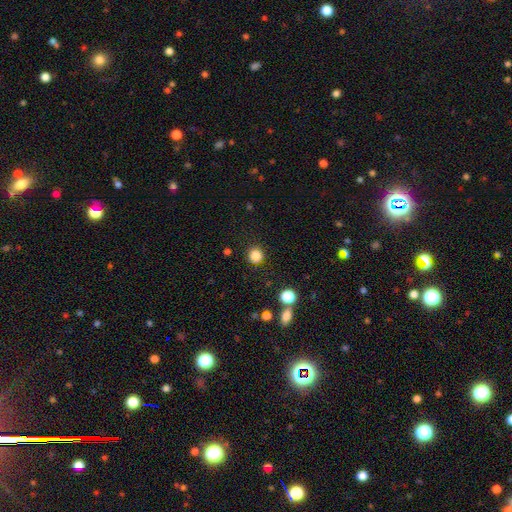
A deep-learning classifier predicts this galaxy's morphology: A smooth galaxy with no disk features (85%) that is round (92%).

Vote fractions:
- Smooth or featured? smooth: 85% / star or artifact: 11% / featured or disk: 4%
- How rounded? round: 92% / in between: 7% / cigar-shaped: 1%
- Merging? none: 90% / minor disturbance: 6% / major disturbance: 2% / merger: 2%